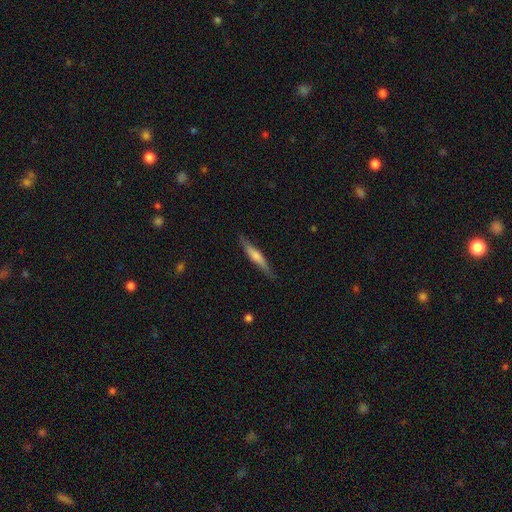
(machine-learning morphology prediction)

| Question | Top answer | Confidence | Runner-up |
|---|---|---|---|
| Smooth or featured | featured or disk | 50% | smooth (44%) |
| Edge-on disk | yes | 94% | no (6%) |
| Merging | none | 85% | minor disturbance (12%) |